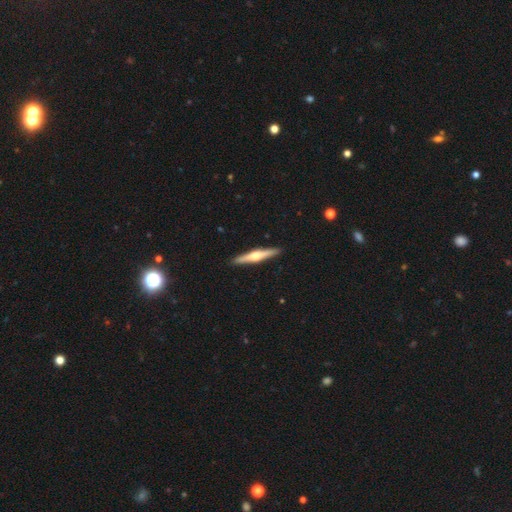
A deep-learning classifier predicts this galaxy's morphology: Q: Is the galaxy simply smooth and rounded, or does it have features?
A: featured or disk — 70%.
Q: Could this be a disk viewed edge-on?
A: yes — 98%.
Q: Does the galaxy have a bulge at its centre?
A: rounded — 88%.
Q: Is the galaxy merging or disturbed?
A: none — 92%.